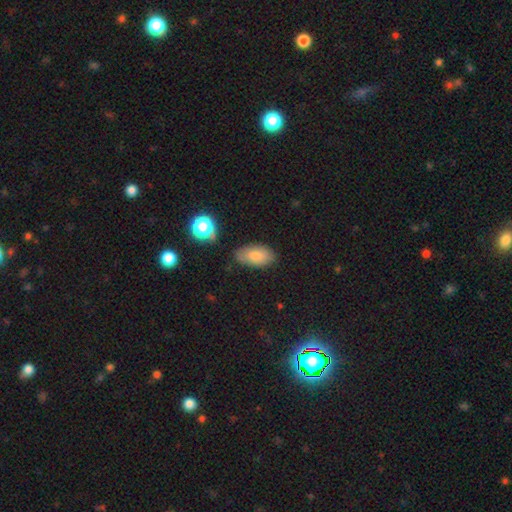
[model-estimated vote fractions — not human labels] Smooth or featured? smooth (78%)
How rounded? in between (93%)
Merging? none (75%)